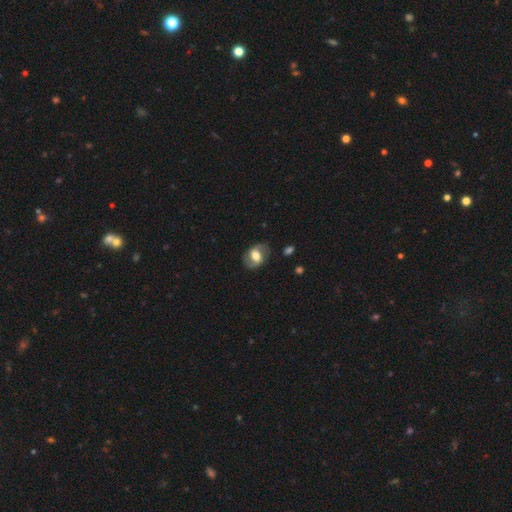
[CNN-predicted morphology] Smooth or featured?
  - featured or disk: 65% *
  - smooth: 28%
  - star or artifact: 7%
Edge-on disk?
  - no: 96% *
  - yes: 4%
Bar?
  - weak: 42% *
  - no: 34%
  - strong: 23%
Spiral arms?
  - yes: 84% *
  - no: 16%
Spiral winding?
  - medium: 46% *
  - loose: 36%
  - tight: 18%
Spiral arm count?
  - 2: 89% *
  - can't tell: 5%
  - 1: 3%
  - 3: 1%
  - 4: 1%
  - more than 4: 1%
Bulge size?
  - moderate: 53% *
  - large: 33%
  - small: 9%
  - dominant: 3%
  - none: 2%
Merging?
  - none: 77% *
  - minor disturbance: 15%
  - major disturbance: 6%
  - merger: 2%